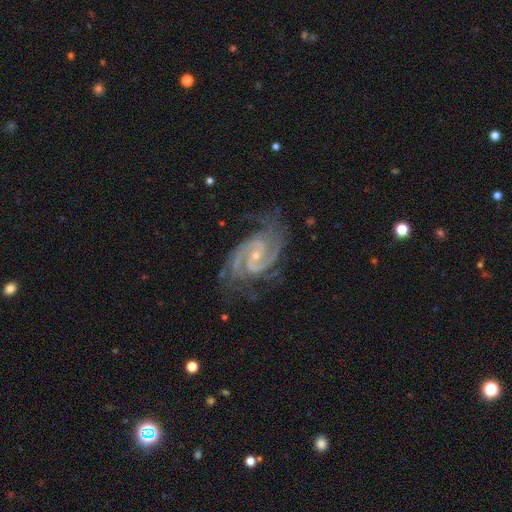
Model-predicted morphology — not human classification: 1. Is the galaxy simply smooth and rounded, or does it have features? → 93% featured or disk, 5% star or artifact, 2% smooth.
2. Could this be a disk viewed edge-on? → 98% no, 2% yes.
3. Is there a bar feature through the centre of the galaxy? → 48% no, 38% weak, 14% strong.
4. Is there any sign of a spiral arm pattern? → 99% yes, 1% no.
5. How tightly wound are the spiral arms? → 49% medium, 43% tight, 7% loose.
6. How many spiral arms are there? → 74% 2, 12% 3, 4% can't tell, 4% 4, 3% more than 4, 3% 1.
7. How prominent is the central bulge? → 73% small, 23% moderate, 2% none, 1% large, 1% dominant.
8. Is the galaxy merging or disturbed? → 67% none, 21% minor disturbance, 10% major disturbance, 2% merger.